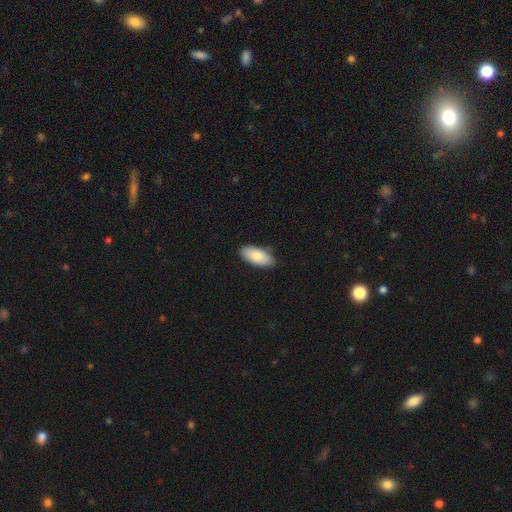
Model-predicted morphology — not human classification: Smooth or featured?
  - smooth: 80% *
  - featured or disk: 15%
  - star or artifact: 6%
How rounded?
  - in between: 91% *
  - cigar-shaped: 7%
  - round: 2%
Merging?
  - none: 85% *
  - minor disturbance: 12%
  - major disturbance: 2%
  - merger: 1%